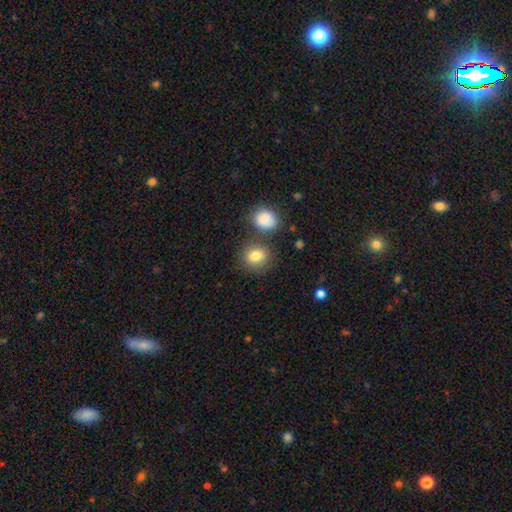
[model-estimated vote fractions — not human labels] This appears to be a smooth galaxy with no disk features (83%) that is round (66%). Merging: none (74%).